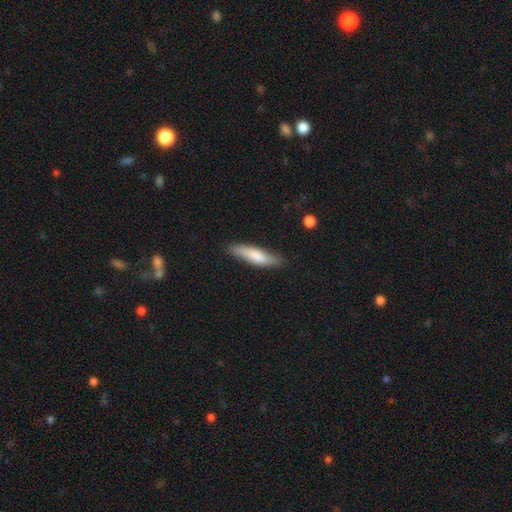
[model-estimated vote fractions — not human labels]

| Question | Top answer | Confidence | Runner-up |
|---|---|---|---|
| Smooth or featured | smooth | 75% | featured or disk (20%) |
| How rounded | cigar-shaped | 77% | in between (22%) |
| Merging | none | 79% | minor disturbance (17%) |